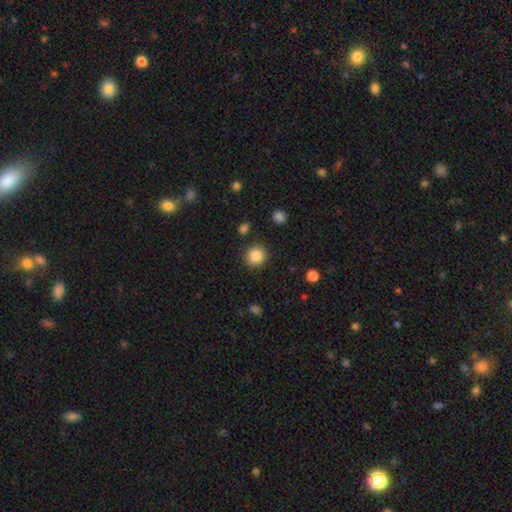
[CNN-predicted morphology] smooth_or_featured: smooth (p=0.86) [alt: star or artifact p=0.10]
how_rounded: round (p=0.90) [alt: in between p=0.09]
merging: none (p=0.88) [alt: minor disturbance p=0.07]